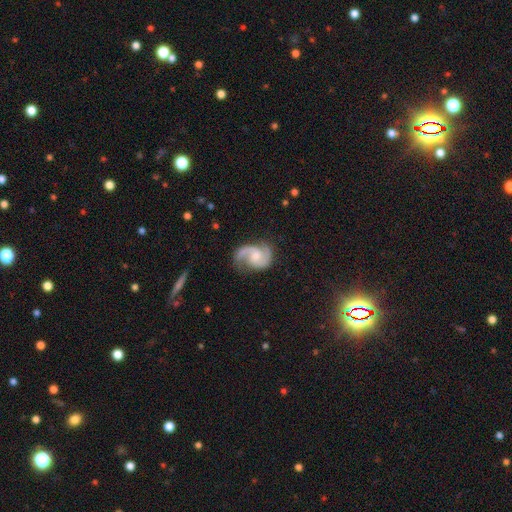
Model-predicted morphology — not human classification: smooth-or-featured: featured or disk: 88% | smooth: 7% | star or artifact: 5%
  disk-edge-on: no: 98% | yes: 2%
    bar: no: 61% | weak: 34% | strong: 6%
    has-spiral-arms: yes: 98% | no: 2%
      spiral-winding: medium: 56% | loose: 24% | tight: 20%
      spiral-arm-count: 2: 88% | 1: 5% | can't tell: 3% | 3: 2% | 4: 1% | more than 4: 1%
    bulge-size: small: 45% | moderate: 42% | none: 9% | large: 4% | dominant: 1%
  merging: none: 70% | minor disturbance: 19% | major disturbance: 9% | merger: 2%